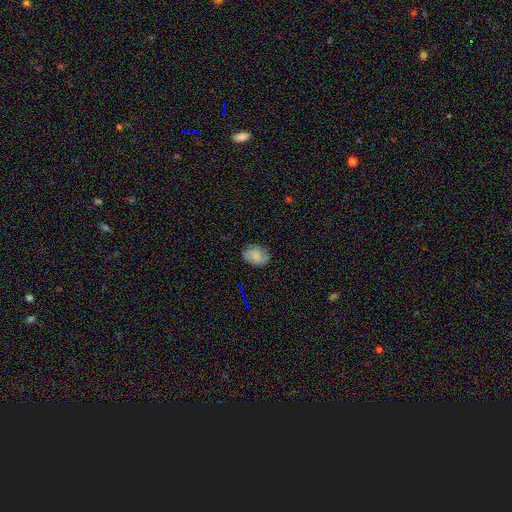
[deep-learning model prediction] Overall: smooth (75%). How rounded: in between (73%). Merging: none (80%).